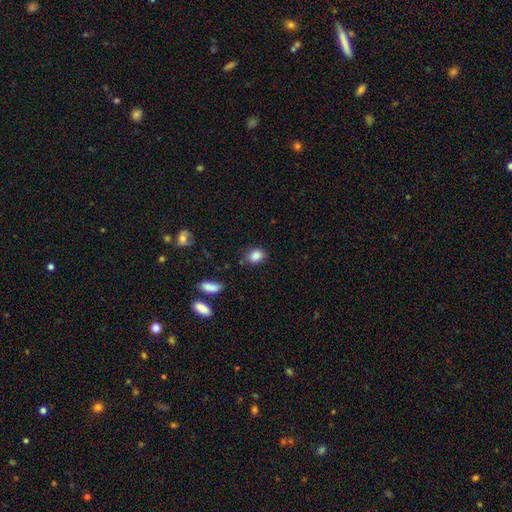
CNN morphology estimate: This appears to be a smooth galaxy with no disk features (85%) that is in between round and cigar-shaped (50%). Merging: none (81%).